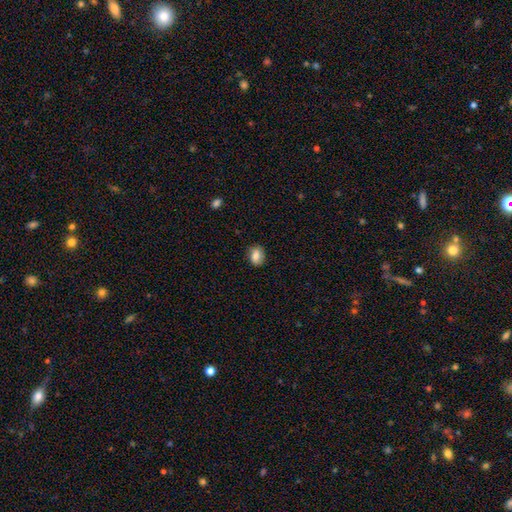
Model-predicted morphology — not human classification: smooth_or_featured: smooth (p=0.77) [alt: featured or disk p=0.15]
how_rounded: in between (p=0.60) [alt: round p=0.39]
merging: none (p=0.81) [alt: minor disturbance p=0.14]